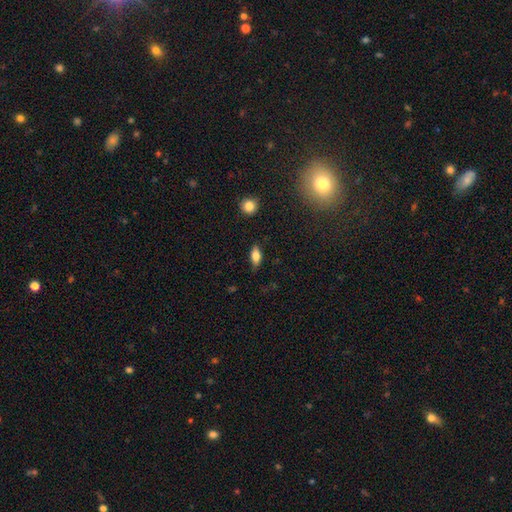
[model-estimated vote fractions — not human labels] A smooth galaxy with no disk features (76%) that is in between round and cigar-shaped (85%).

Vote fractions:
- Smooth or featured? smooth: 76% / featured or disk: 16% / star or artifact: 8%
- How rounded? in between: 85% / cigar-shaped: 11% / round: 5%
- Merging? none: 81% / minor disturbance: 15% / major disturbance: 3% / merger: 1%